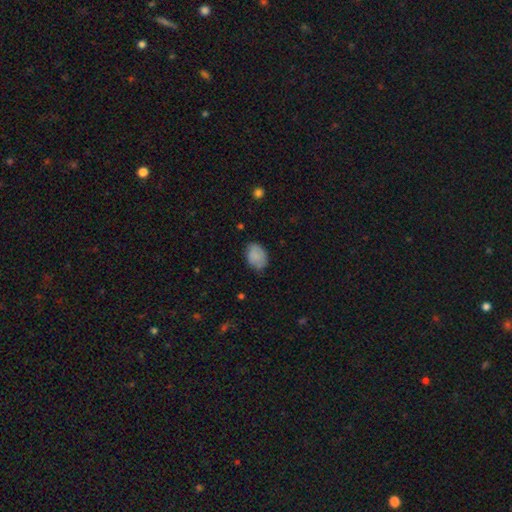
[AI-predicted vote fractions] A smooth galaxy with no disk features (85%) that is in between round and cigar-shaped (78%). Merging: none (73%).